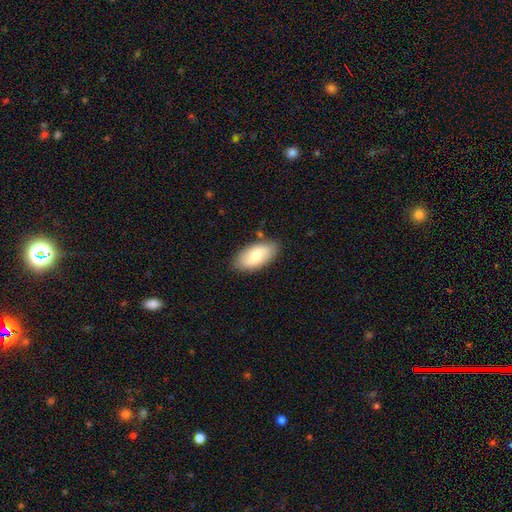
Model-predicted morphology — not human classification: smooth-or-featured: smooth: 70% | featured or disk: 24% | star or artifact: 6%
  how-rounded: in between: 94% | cigar-shaped: 4% | round: 2%
  merging: none: 85% | minor disturbance: 11% | major disturbance: 2% | merger: 2%